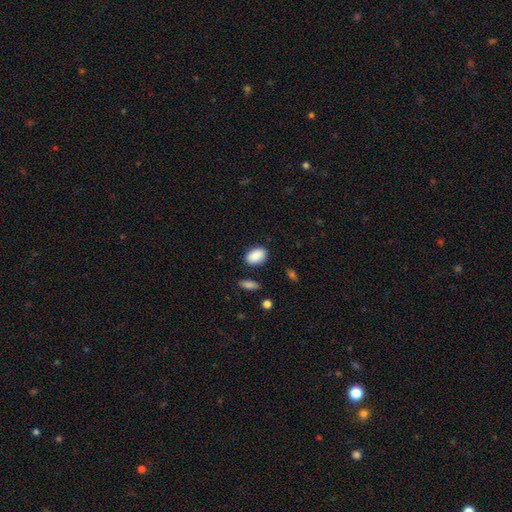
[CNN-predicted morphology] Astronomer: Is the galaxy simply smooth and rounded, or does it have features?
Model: smooth — 89%.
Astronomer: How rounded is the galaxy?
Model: in between — 87%.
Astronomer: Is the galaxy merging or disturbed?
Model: none — 83%.